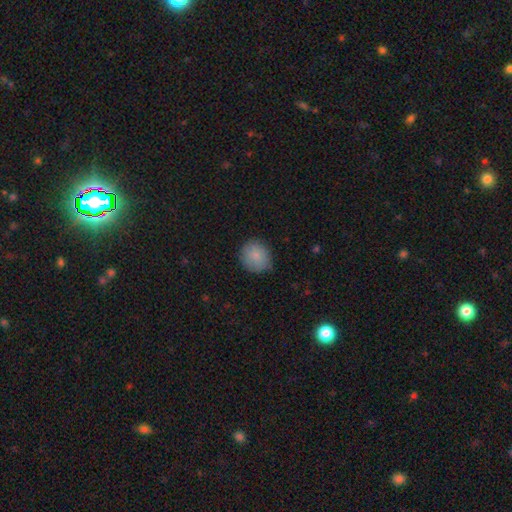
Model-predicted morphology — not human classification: Smooth or featured?
  - smooth: 86% *
  - star or artifact: 7%
  - featured or disk: 7%
How rounded?
  - round: 80% *
  - in between: 19%
  - cigar-shaped: 1%
Merging?
  - none: 77% *
  - minor disturbance: 19%
  - major disturbance: 3%
  - merger: 1%